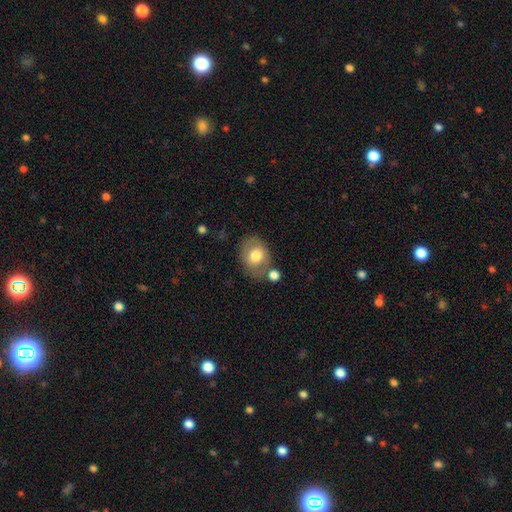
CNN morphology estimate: Q: Smooth or featured?
A: smooth (71%); runner-up: featured or disk (22%)
Q: How rounded?
A: in between (55%); runner-up: round (44%)
Q: Merging?
A: none (63%); runner-up: minor disturbance (17%)